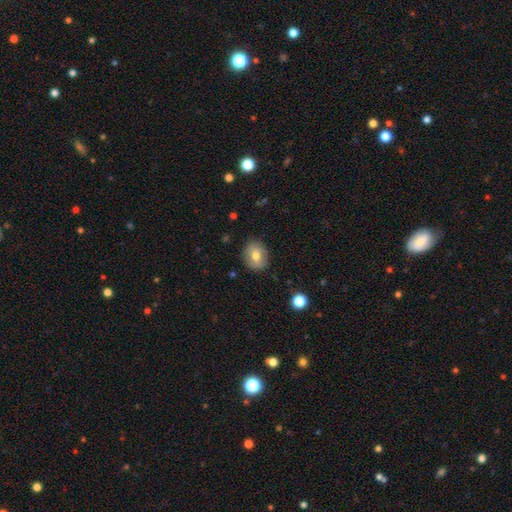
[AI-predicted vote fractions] A smooth galaxy with no disk features (71%) that is round (56%). Merging: none (85%).